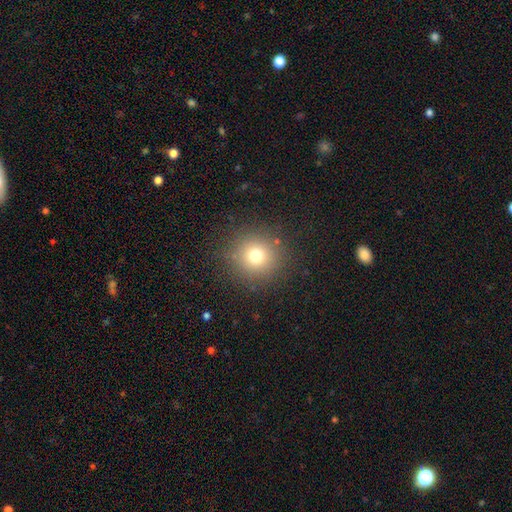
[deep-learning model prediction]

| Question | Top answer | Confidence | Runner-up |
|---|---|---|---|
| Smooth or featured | smooth | 74% | star or artifact (17%) |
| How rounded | round | 94% | in between (5%) |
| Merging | none | 88% | minor disturbance (7%) |